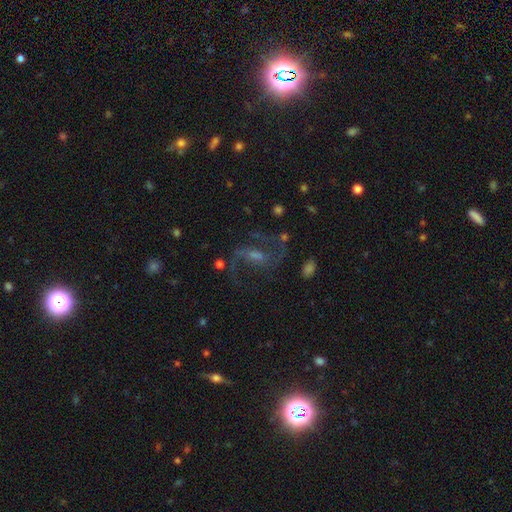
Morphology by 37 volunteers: Overall: featured or disk (89%). Edge-on disk: no (100%). Bar: weak (45%; strong 42%). Spiral arms: yes (97%). Spiral arm count: 2 (100%). Spiral winding: loose (50%; medium 47%). Bulge size: small (48%; moderate 24%). Merging: none (80%).